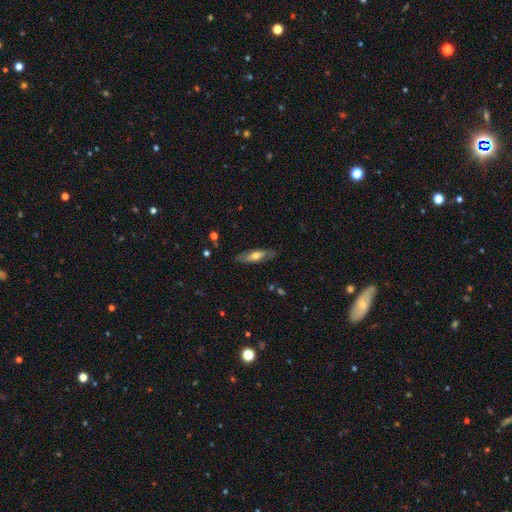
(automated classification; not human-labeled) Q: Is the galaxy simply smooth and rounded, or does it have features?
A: smooth — 49%.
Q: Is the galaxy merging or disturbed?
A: none — 80%.